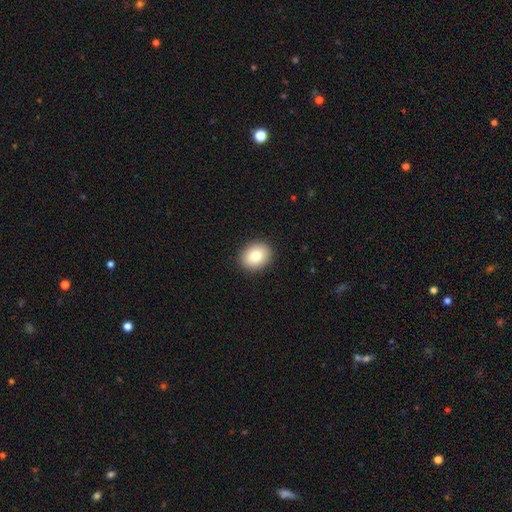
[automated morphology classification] This appears to be a smooth galaxy with no disk features (81%) that is round (54%). Merging: none (91%).